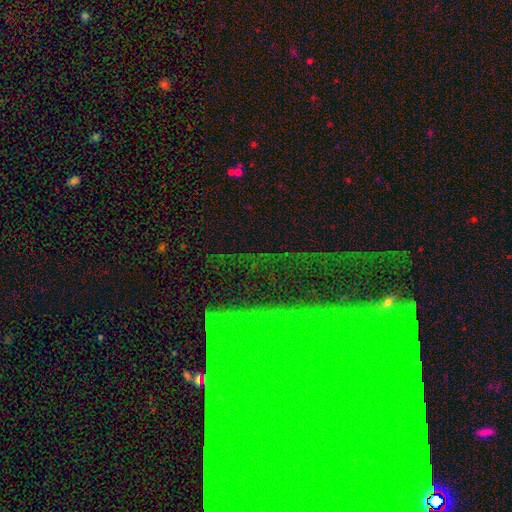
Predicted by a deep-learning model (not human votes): star or artifact 65%, featured or disk 23%, smooth 13%.